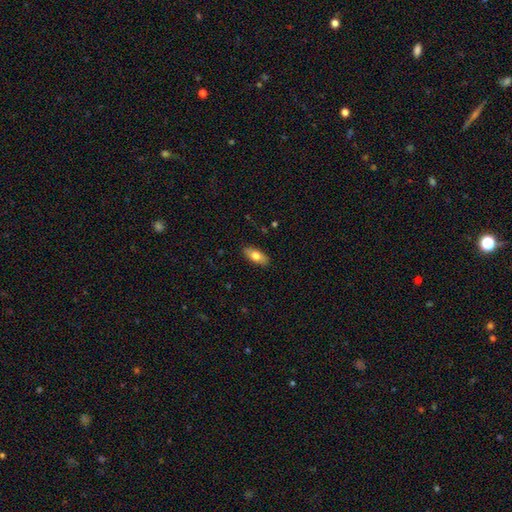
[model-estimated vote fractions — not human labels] Smooth or featured: smooth — 75% (featured or disk — 19%)
How rounded: in between — 84% (cigar-shaped — 14%)
Merging: none — 88% (minor disturbance — 10%)